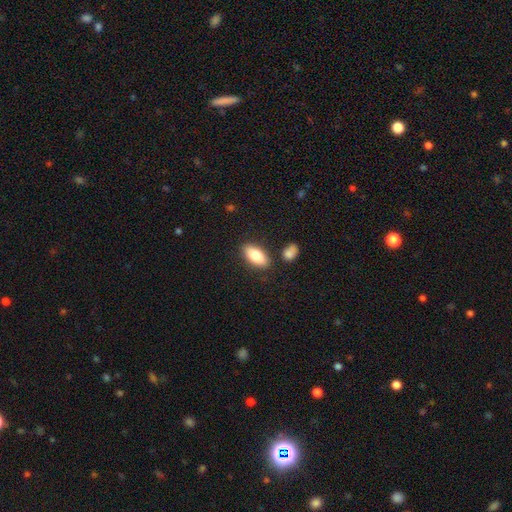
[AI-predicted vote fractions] Smooth or featured: smooth — 82% (featured or disk — 12%)
How rounded: in between — 89% (cigar-shaped — 8%)
Merging: none — 82% (minor disturbance — 10%)